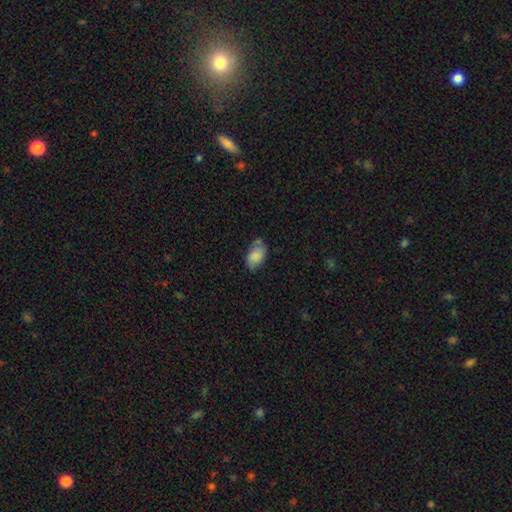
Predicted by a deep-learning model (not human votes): This is clearly a smooth galaxy (80%). How rounded: clearly in between (90%). Merging: possibly none (57%).